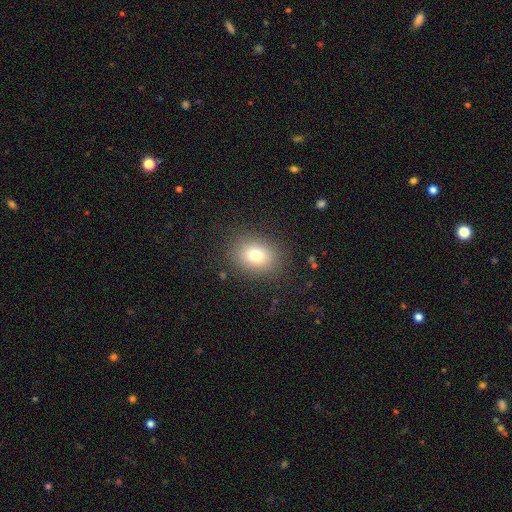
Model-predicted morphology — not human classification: Smooth or featured? smooth (76%)
How rounded? round (51%)
Merging? none (85%)